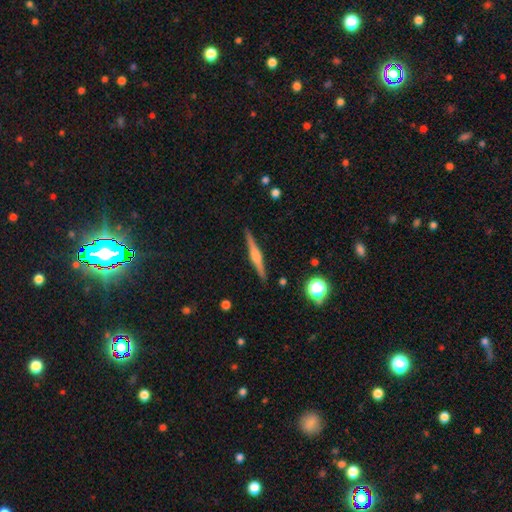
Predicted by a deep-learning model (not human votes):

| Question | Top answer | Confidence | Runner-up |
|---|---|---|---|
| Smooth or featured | featured or disk | 74% | smooth (19%) |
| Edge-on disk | yes | 98% | no (2%) |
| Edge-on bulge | rounded | 73% | boxy (21%) |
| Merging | none | 91% | minor disturbance (7%) |